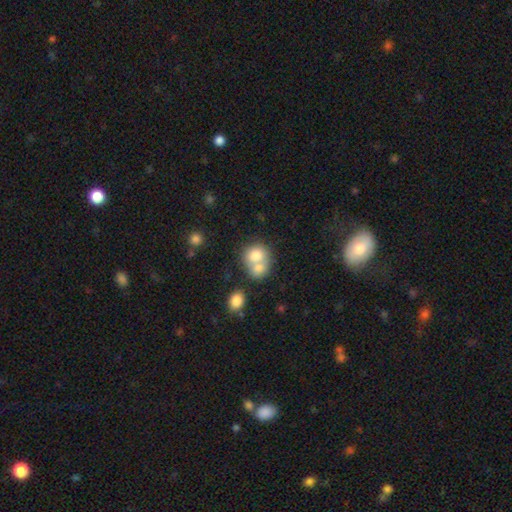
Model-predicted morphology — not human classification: Overall: smooth (76%). How rounded: round (69%; in between 30%). Merging: merger (65%; none 26%).